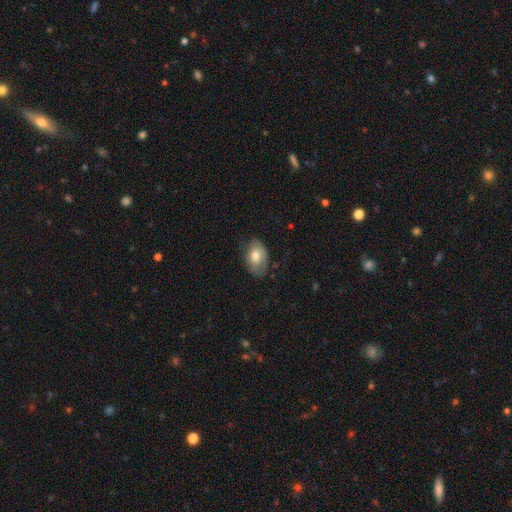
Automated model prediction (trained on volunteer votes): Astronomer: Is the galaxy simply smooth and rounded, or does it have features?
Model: smooth — 73%.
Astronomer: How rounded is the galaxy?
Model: in between — 88%.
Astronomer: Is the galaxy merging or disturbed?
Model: none — 65%.